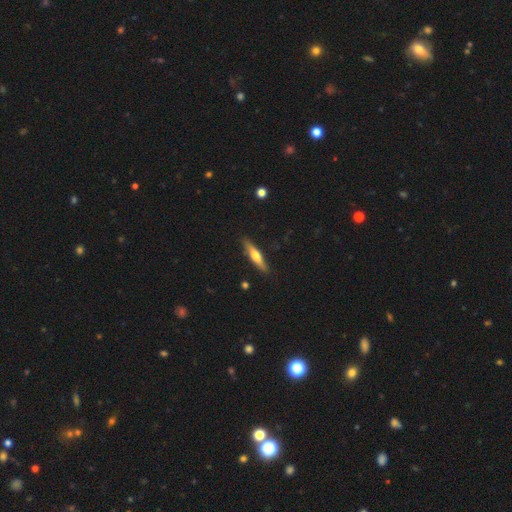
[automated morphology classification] featured or disk 51%, smooth 44%, star or artifact 5%. Down the decision tree: edge-on disk — yes (93%); merging — none (87%).